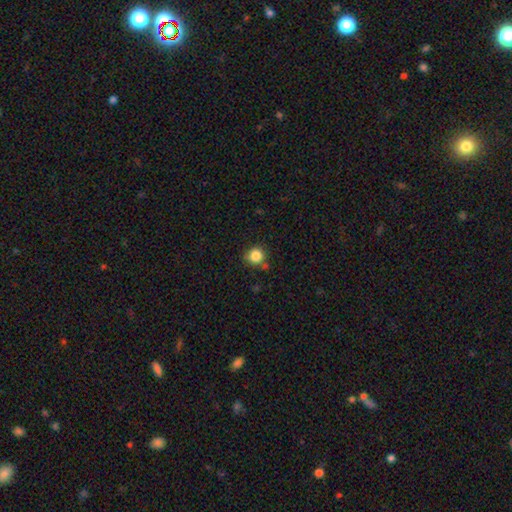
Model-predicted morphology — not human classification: A smooth galaxy with no disk features (85%) that is round (92%). Merging: none (75%).